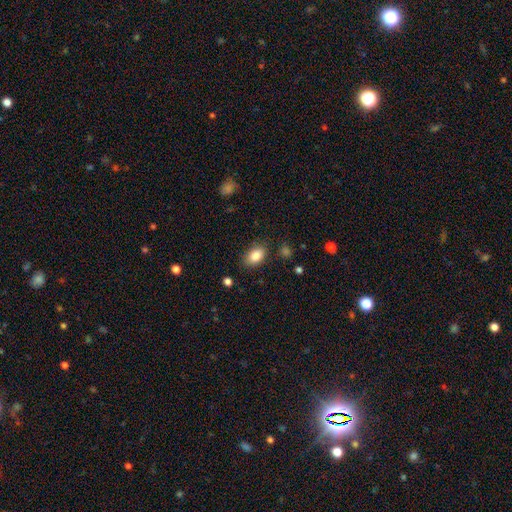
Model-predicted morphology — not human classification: Overall: smooth (87%). How rounded: in between (88%). Merging: none (81%).